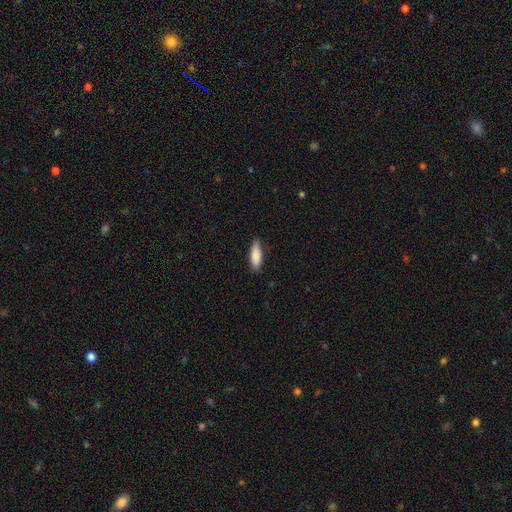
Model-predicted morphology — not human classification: smooth-or-featured: smooth: 87% | featured or disk: 7% | star or artifact: 6%
  how-rounded: in between: 64% | cigar-shaped: 34% | round: 2%
  merging: none: 78% | minor disturbance: 18% | major disturbance: 3% | merger: 1%